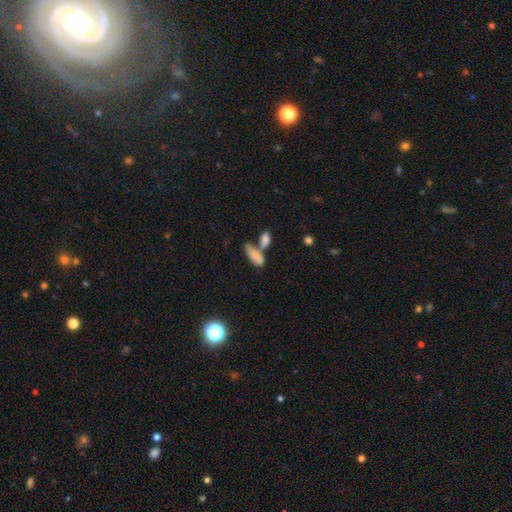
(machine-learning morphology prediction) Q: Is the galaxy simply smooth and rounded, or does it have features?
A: smooth — 80%.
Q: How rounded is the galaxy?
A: in between — 79%.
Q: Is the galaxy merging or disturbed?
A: merger — 52%.